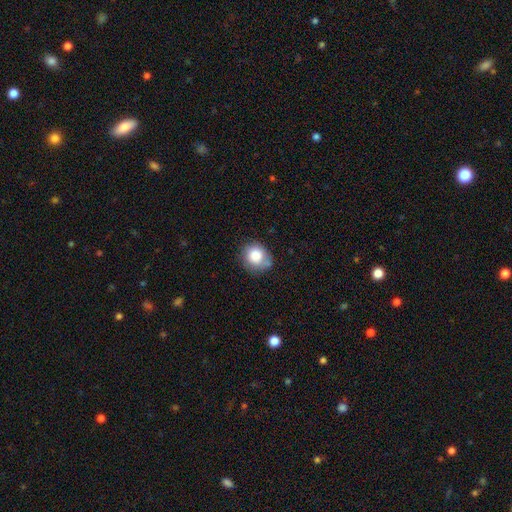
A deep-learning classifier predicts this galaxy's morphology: Smooth or featured: smooth — 83% (featured or disk — 9%)
How rounded: round — 80% (in between — 20%)
Merging: none — 64% (minor disturbance — 25%)